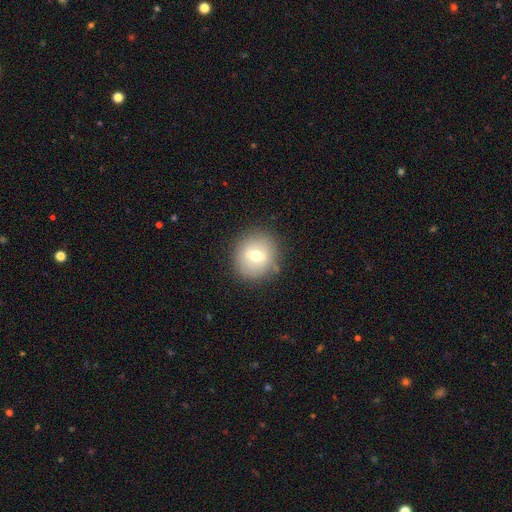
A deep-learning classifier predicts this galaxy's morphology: This appears to be a smooth galaxy with no disk features (59%) that is round (87%). Merging: none (84%).